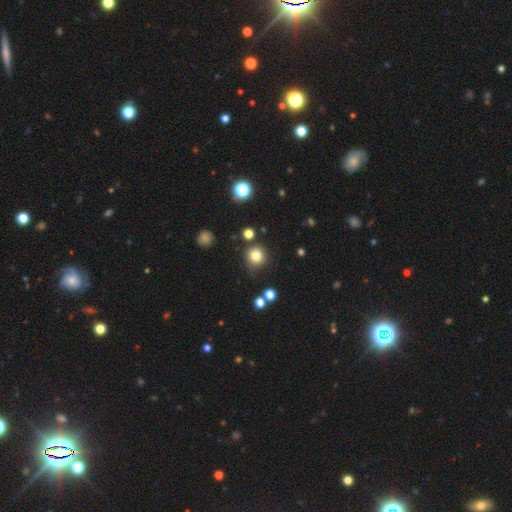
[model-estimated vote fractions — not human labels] A smooth galaxy with no disk features (80%) that is round (92%). Merging: none (79%).